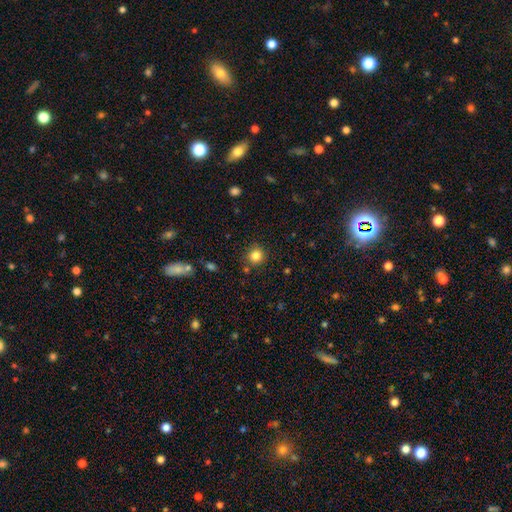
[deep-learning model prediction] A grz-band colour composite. It shows a smooth galaxy with no disk features (82%) that is round (93%). Merging: none (86%).